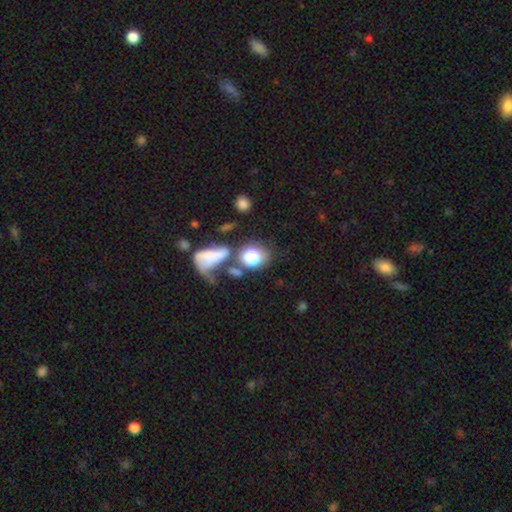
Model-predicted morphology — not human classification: smooth_or_featured: smooth (p=0.64) [alt: star or artifact p=0.19]
how_rounded: round (p=0.72) [alt: in between p=0.25]
merging: none (p=0.42) [alt: merger p=0.29]